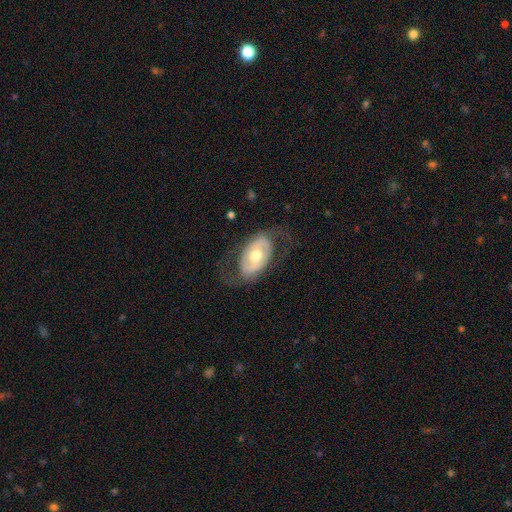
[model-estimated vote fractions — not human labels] Morphology: type=featured or disk (64%); edge-on=no (92%); bar=no (63%); spiral arms=no (51%); bulge=moderate (74%); merging=none (69%).